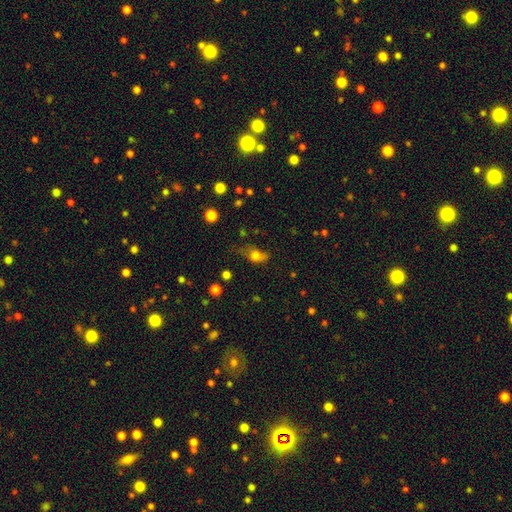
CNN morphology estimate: Smooth or featured? smooth (71%)
How rounded? in between (69%)
Merging? none (43%)